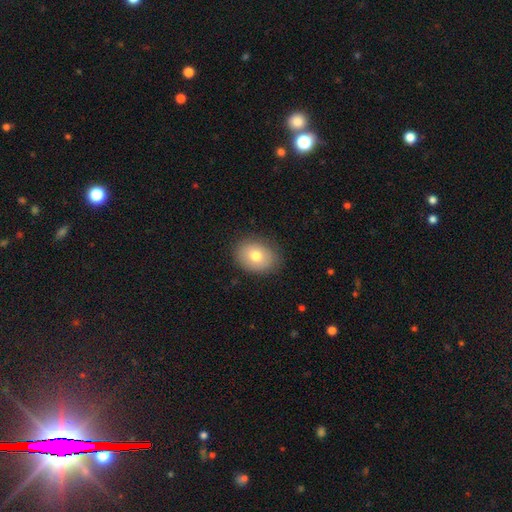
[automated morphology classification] Smooth or featured? Predicted: smooth (p=0.76). How rounded? Predicted: in between (p=0.61). Merging? Predicted: none (p=0.84).